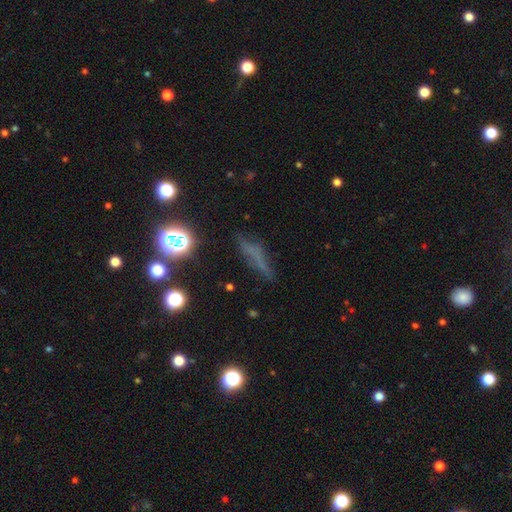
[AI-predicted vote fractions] Smooth or featured? smooth (47%)
Merging? none (67%)